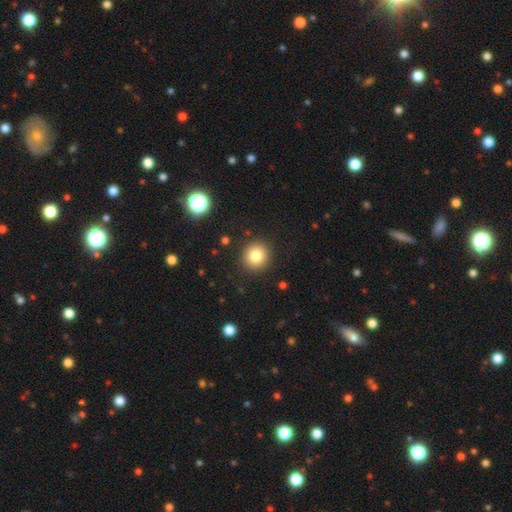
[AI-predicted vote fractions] Smooth or featured?
  - smooth: 82% *
  - star or artifact: 11%
  - featured or disk: 7%
How rounded?
  - round: 91% *
  - in between: 8%
  - cigar-shaped: 1%
Merging?
  - none: 90% *
  - minor disturbance: 6%
  - major disturbance: 2%
  - merger: 1%